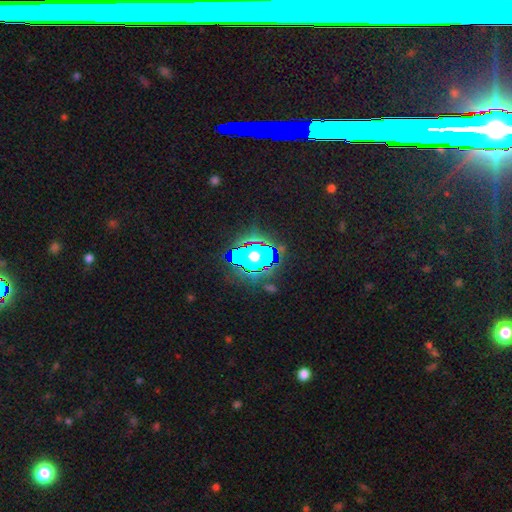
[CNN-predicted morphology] smooth_or_featured: star or artifact (p=0.47) [alt: smooth p=0.28]